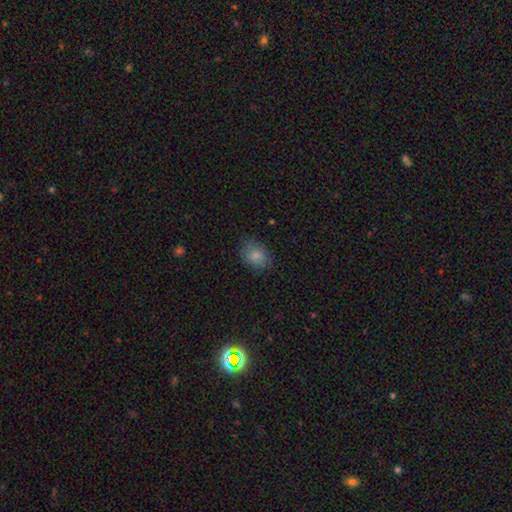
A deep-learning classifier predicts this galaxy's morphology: smooth-or-featured: smooth: 83% | featured or disk: 9% | star or artifact: 8%
  how-rounded: in between: 72% | round: 27% | cigar-shaped: 1%
  merging: none: 76% | minor disturbance: 18% | major disturbance: 5% | merger: 1%